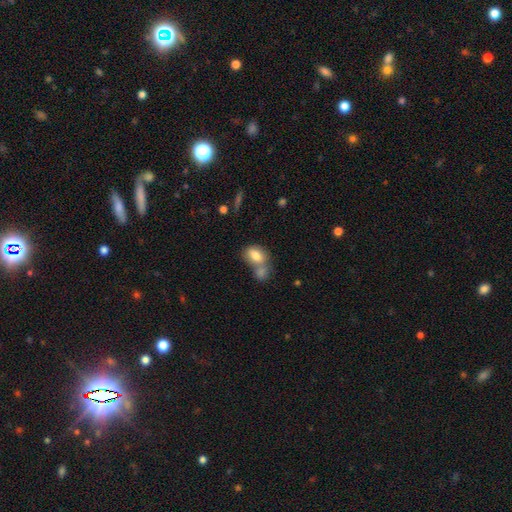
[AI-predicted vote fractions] Q: Smooth or featured?
A: smooth (80%); runner-up: featured or disk (12%)
Q: How rounded?
A: in between (78%); runner-up: round (20%)
Q: Merging?
A: merger (52%); runner-up: none (33%)